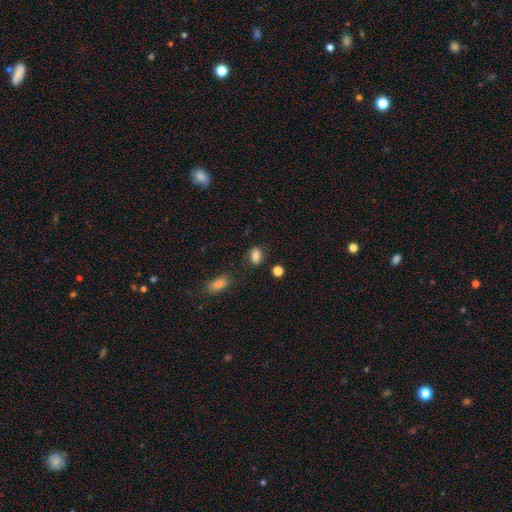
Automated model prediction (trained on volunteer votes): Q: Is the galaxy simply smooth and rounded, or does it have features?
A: smooth — 80%.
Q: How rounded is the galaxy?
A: in between — 76%.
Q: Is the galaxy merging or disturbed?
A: none — 75%.